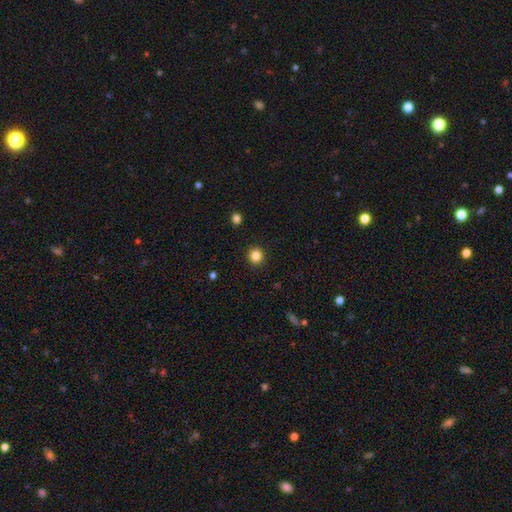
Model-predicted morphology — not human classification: This appears to be a smooth galaxy with no disk features (84%) that is round (92%). Merging: none (92%).